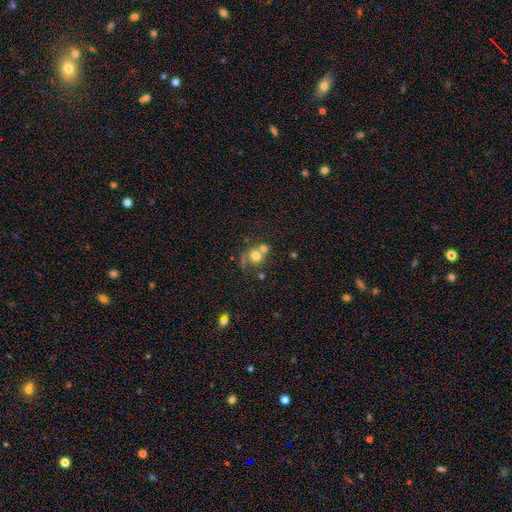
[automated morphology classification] A smooth galaxy with no disk features (67%) that is round (81%).

Vote fractions:
- Smooth or featured? smooth: 67% / featured or disk: 21% / star or artifact: 12%
- How rounded? round: 81% / in between: 18% / cigar-shaped: 1%
- Merging? merger: 50% / none: 32% / minor disturbance: 9% / major disturbance: 9%